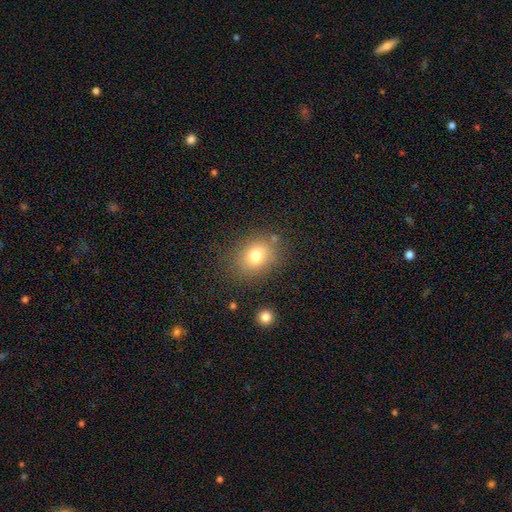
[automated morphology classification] Smooth or featured: smooth — 77% (star or artifact — 12%)
How rounded: round — 51% (in between — 48%)
Merging: none — 78% (minor disturbance — 13%)